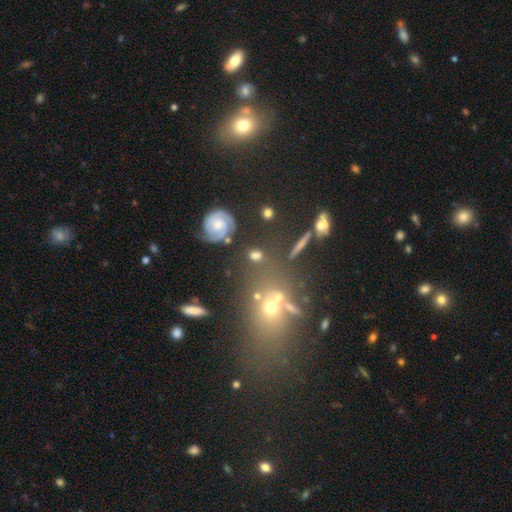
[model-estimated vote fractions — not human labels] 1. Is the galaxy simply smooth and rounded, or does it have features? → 54% smooth, 33% featured or disk, 13% star or artifact.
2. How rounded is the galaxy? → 56% round, 37% in between, 7% cigar-shaped.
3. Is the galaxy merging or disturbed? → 66% none, 14% minor disturbance, 13% merger, 8% major disturbance.